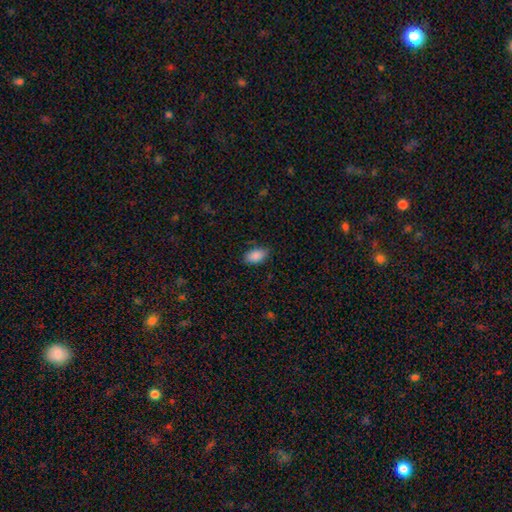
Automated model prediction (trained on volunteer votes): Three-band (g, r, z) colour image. It shows a smooth galaxy with no disk features (88%) that is in between round and cigar-shaped (93%). Merging: none (82%).